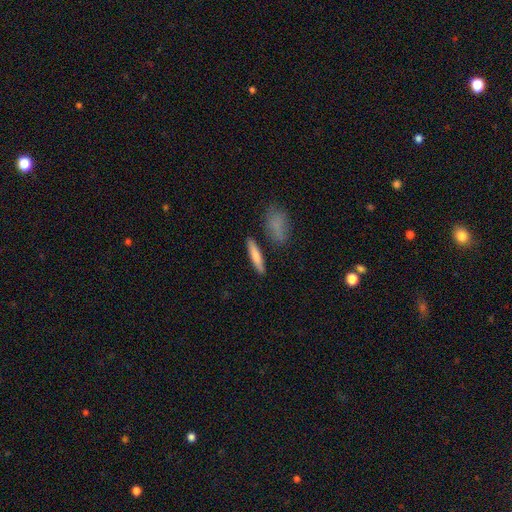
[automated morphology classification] A smooth galaxy with no disk features (76%) that is cigar-shaped (82%). Merging: none (84%).